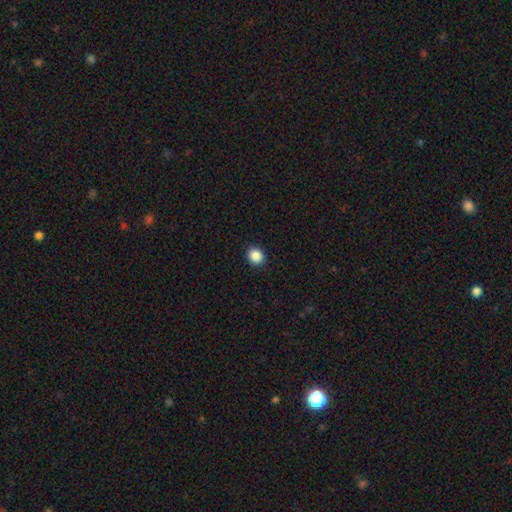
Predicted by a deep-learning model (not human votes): Smooth or featured?
  - smooth: 88% *
  - star or artifact: 9%
  - featured or disk: 3%
How rounded?
  - round: 71% *
  - in between: 28%
  - cigar-shaped: 1%
Merging?
  - none: 91% *
  - minor disturbance: 6%
  - major disturbance: 2%
  - merger: 1%